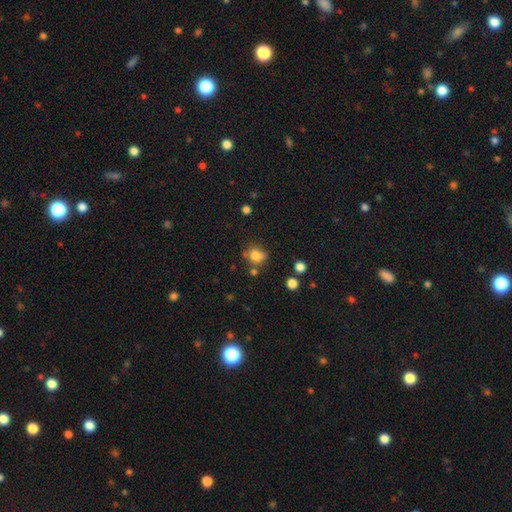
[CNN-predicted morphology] smooth 79%, star or artifact 12%, featured or disk 9%. Down the decision tree: how rounded — round (71%); merging — none (63%).